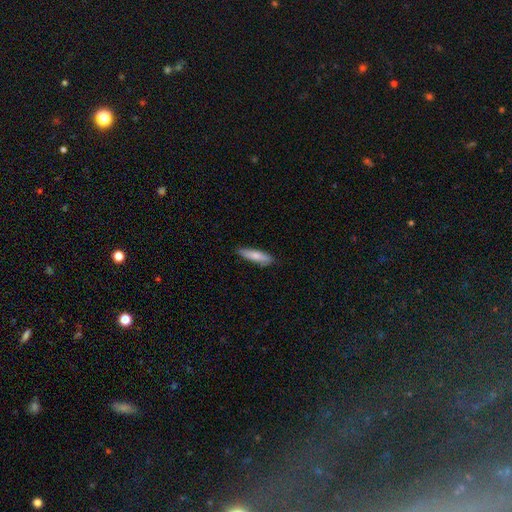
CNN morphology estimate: Q: Smooth or featured?
A: smooth (76%); runner-up: featured or disk (19%)
Q: How rounded?
A: cigar-shaped (75%); runner-up: in between (23%)
Q: Merging?
A: none (82%); runner-up: minor disturbance (15%)